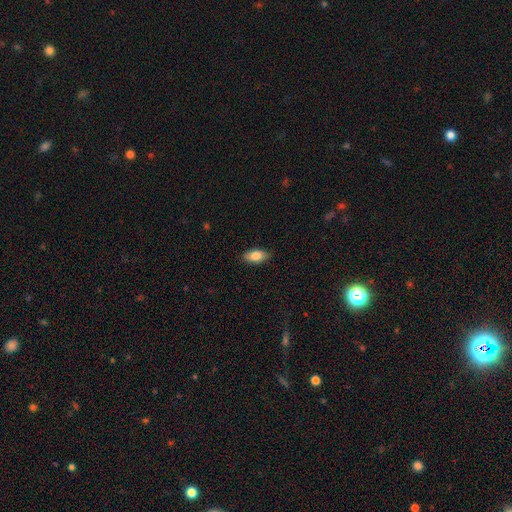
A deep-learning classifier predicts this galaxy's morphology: Smooth or featured: smooth — 85% (featured or disk — 9%)
How rounded: in between — 90% (cigar-shaped — 6%)
Merging: none — 87% (minor disturbance — 10%)